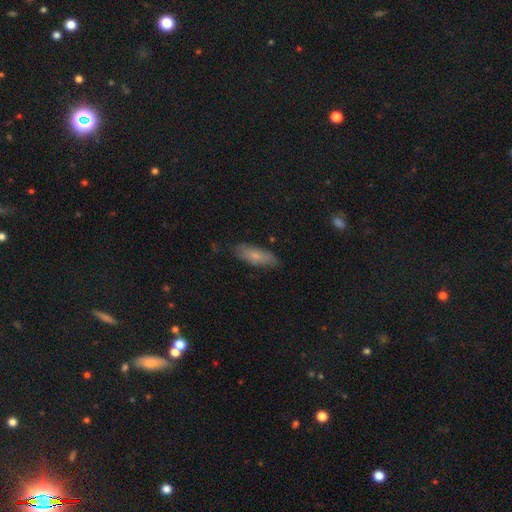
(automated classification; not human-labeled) This appears to be a smooth galaxy with no disk features (71%) that is in between round and cigar-shaped (64%). Merging: none (79%).